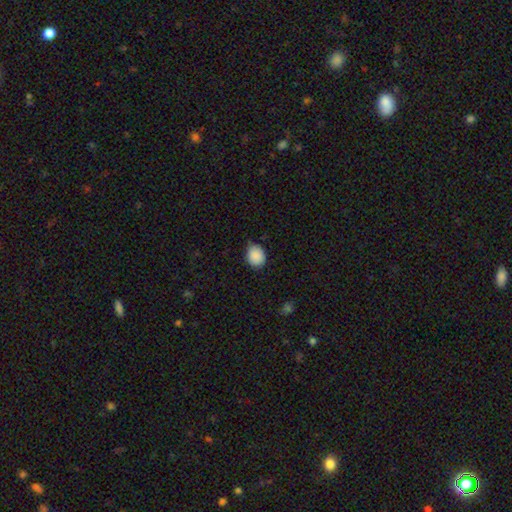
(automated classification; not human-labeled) This is clearly a smooth galaxy (89%). How rounded: possibly round (55%). Merging: likely none (69%).